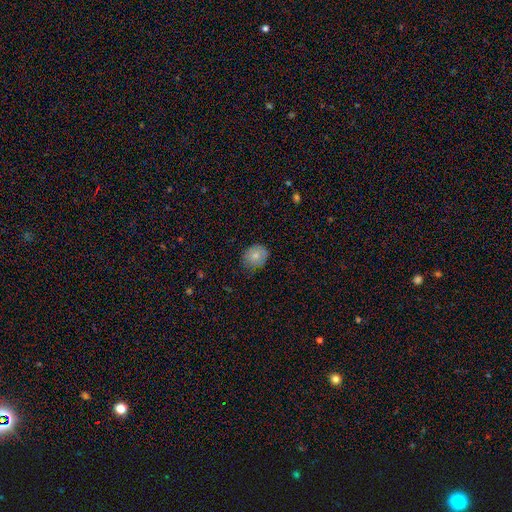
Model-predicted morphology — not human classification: type=smooth (80%); roundness=round (63%); merging=none (75%).